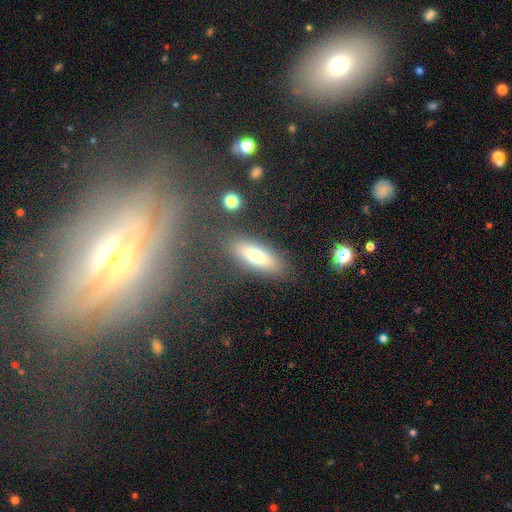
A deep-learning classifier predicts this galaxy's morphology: This is likely a smooth galaxy (72%). How rounded: likely in between (61%). Merging: clearly none (82%).